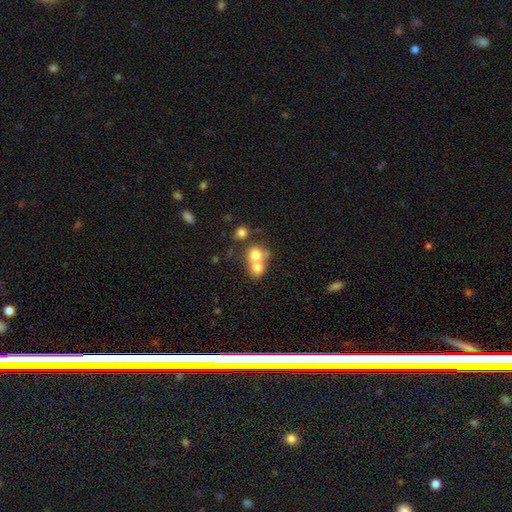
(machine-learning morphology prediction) Overall: smooth (73%). How rounded: round (75%). Merging: merger (65%; none 27%).